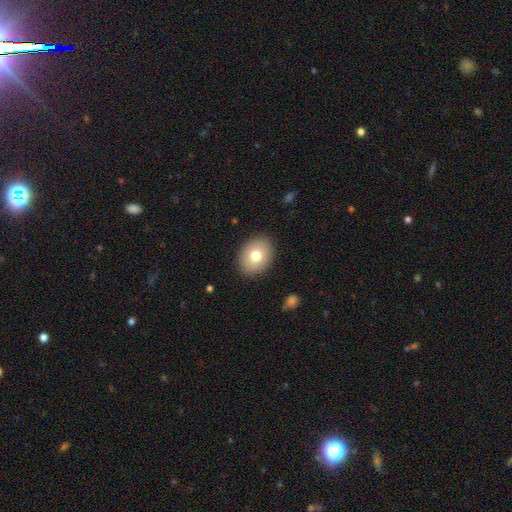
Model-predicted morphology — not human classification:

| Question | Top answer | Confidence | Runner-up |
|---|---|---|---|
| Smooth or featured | smooth | 75% | featured or disk (16%) |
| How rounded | in between | 57% | round (42%) |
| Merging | none | 89% | minor disturbance (8%) |